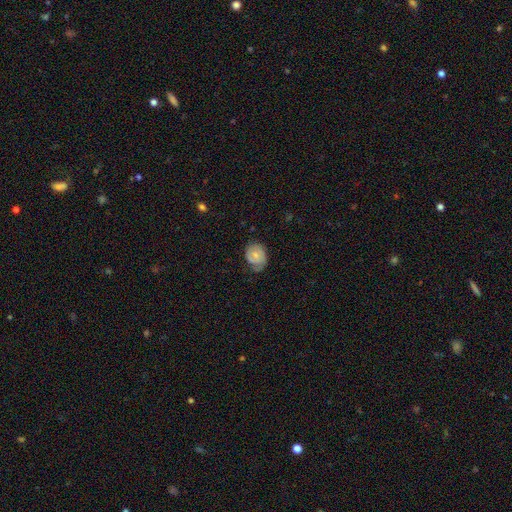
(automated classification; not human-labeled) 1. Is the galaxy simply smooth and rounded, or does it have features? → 48% featured or disk, 45% smooth, 7% star or artifact.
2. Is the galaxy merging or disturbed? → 53% none, 32% minor disturbance, 14% major disturbance, 2% merger.